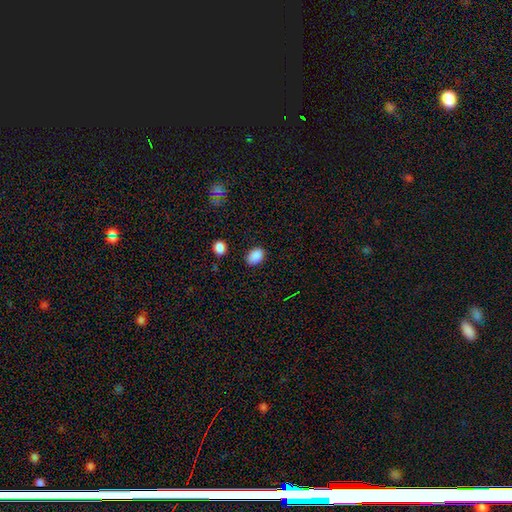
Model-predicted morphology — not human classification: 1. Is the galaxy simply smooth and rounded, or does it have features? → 88% smooth, 9% star or artifact, 3% featured or disk.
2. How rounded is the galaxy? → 77% in between, 22% round, 1% cigar-shaped.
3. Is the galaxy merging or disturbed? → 84% none, 12% minor disturbance, 3% major disturbance, 2% merger.